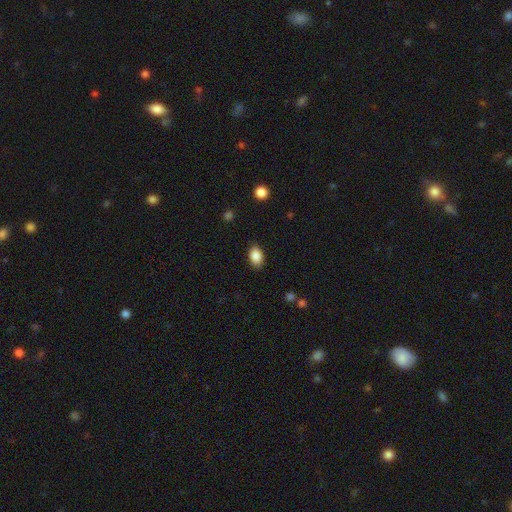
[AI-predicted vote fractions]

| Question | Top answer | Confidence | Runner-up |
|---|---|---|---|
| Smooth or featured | smooth | 87% | star or artifact (8%) |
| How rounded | in between | 85% | round (13%) |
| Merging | none | 85% | minor disturbance (11%) |